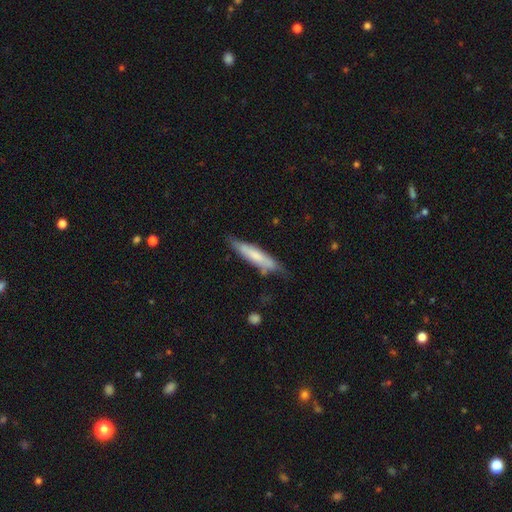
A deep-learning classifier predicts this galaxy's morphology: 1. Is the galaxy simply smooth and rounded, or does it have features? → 62% smooth, 33% featured or disk, 6% star or artifact.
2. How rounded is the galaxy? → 86% cigar-shaped, 12% in between, 1% round.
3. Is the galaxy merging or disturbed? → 65% none, 25% minor disturbance, 6% major disturbance, 4% merger.